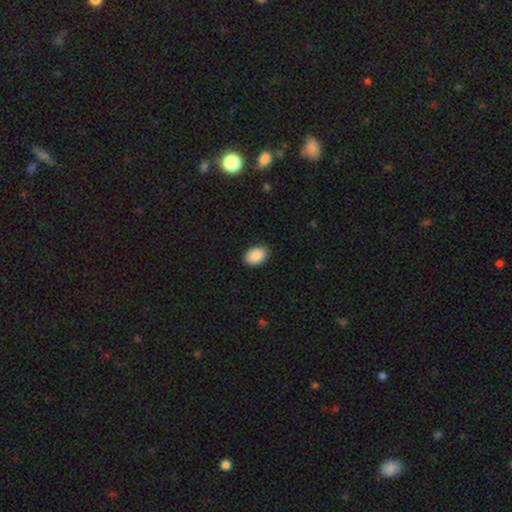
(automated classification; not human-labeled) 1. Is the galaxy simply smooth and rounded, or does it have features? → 90% smooth, 7% star or artifact, 3% featured or disk.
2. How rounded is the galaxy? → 84% in between, 15% round, 1% cigar-shaped.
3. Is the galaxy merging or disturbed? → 89% none, 8% minor disturbance, 2% major disturbance, 1% merger.